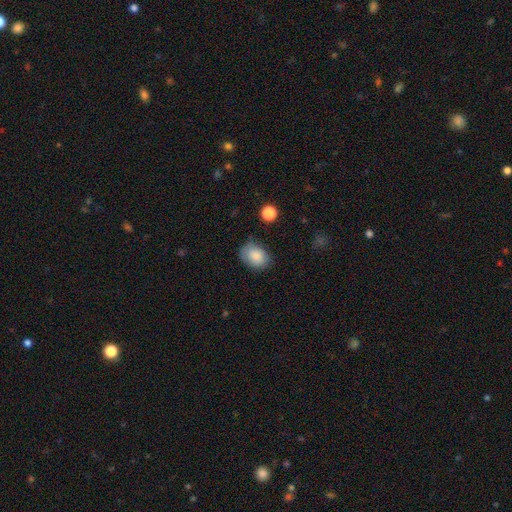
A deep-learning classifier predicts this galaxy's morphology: A smooth galaxy with no disk features (83%) that is in between round and cigar-shaped (67%). Merging: none (68%).